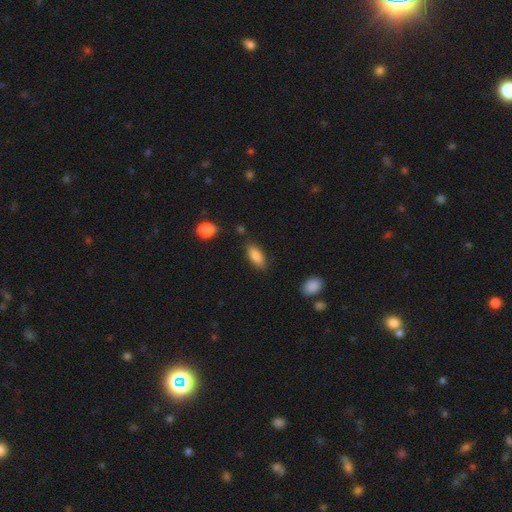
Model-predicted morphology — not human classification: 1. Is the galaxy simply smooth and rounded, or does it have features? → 85% smooth, 8% featured or disk, 7% star or artifact.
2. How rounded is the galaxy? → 82% in between, 16% cigar-shaped, 3% round.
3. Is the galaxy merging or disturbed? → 80% none, 13% minor disturbance, 3% major disturbance, 3% merger.